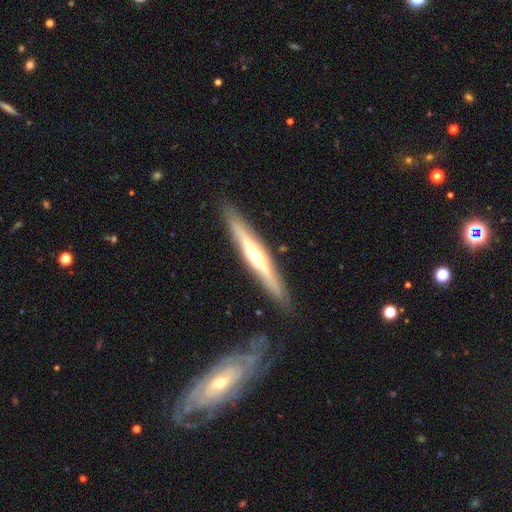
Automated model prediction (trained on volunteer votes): featured or disk 70%, smooth 24%, star or artifact 6%. Down the decision tree: edge-on disk — yes (89%); edge-on bulge — rounded (82%); merging — none (86%).